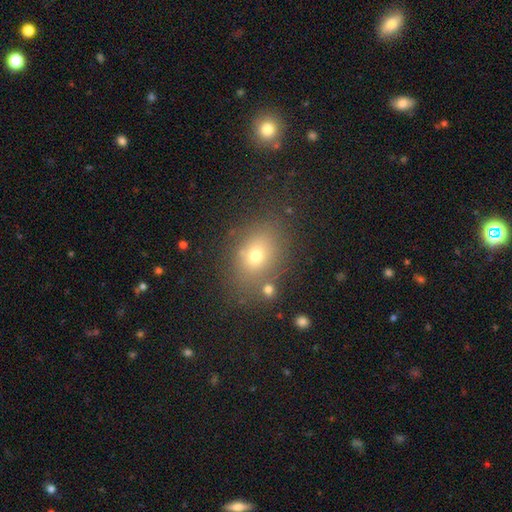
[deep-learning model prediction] Overall: smooth (68%). How rounded: in between (61%; round 38%). Merging: none (74%).